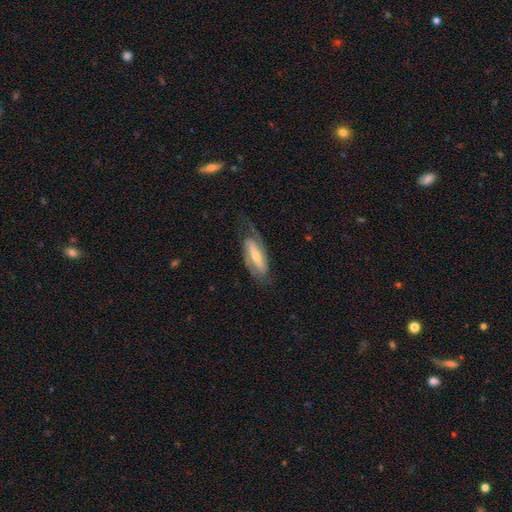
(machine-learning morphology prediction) featured or disk 78%, smooth 17%, star or artifact 5%. Down the decision tree: edge-on disk — no (88%); bar — strong (50%); spiral arms — yes (90%); spiral arm count — 2 (77%); spiral winding — medium (43%); bulge size — small (48%); merging — none (64%).